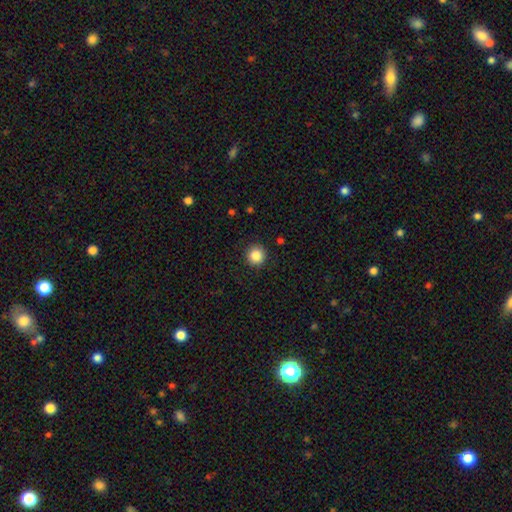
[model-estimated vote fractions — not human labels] This is clearly a smooth galaxy (86%). How rounded: clearly round (94%). Merging: clearly none (91%).